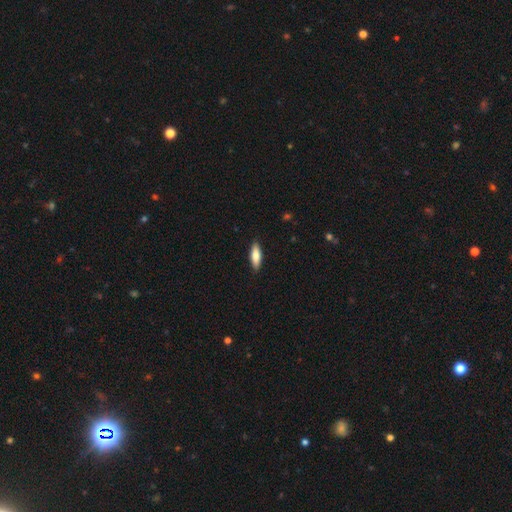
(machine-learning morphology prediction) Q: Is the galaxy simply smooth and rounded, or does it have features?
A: smooth — 77%.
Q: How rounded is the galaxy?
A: in between — 52%.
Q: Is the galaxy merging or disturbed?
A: none — 88%.